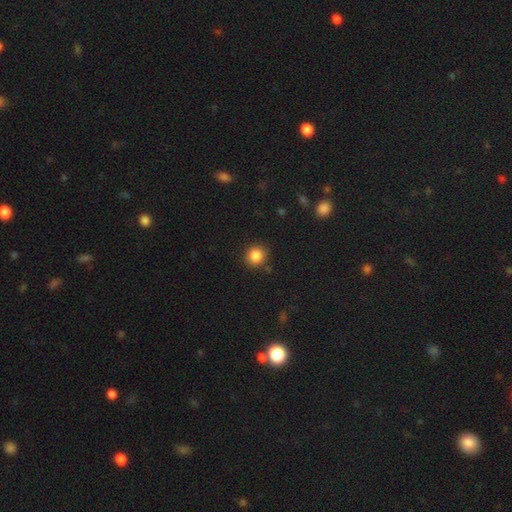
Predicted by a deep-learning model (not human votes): Q: Smooth or featured?
A: smooth (85%); runner-up: star or artifact (11%)
Q: How rounded?
A: round (89%); runner-up: in between (10%)
Q: Merging?
A: none (88%); runner-up: minor disturbance (8%)